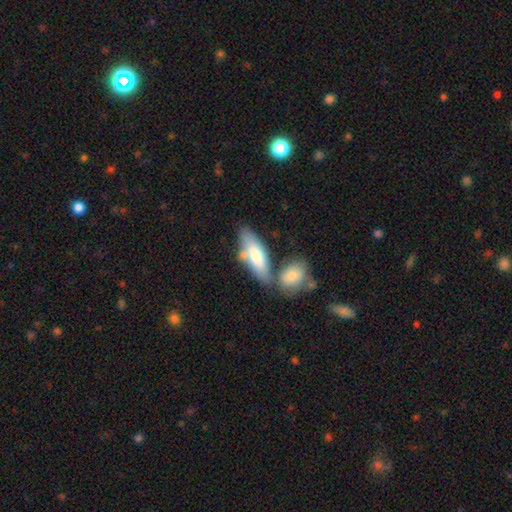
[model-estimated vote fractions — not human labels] Morphology: type=smooth (70%); roundness=in between (66%); merging=none (51%).